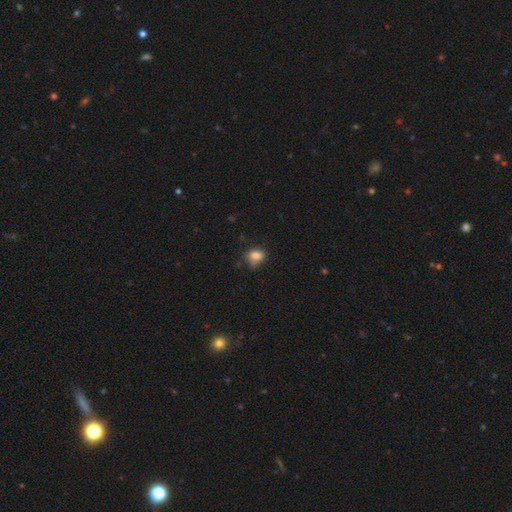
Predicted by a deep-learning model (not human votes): A smooth galaxy with no disk features (83%) that is in between round and cigar-shaped (63%). Merging: none (60%).